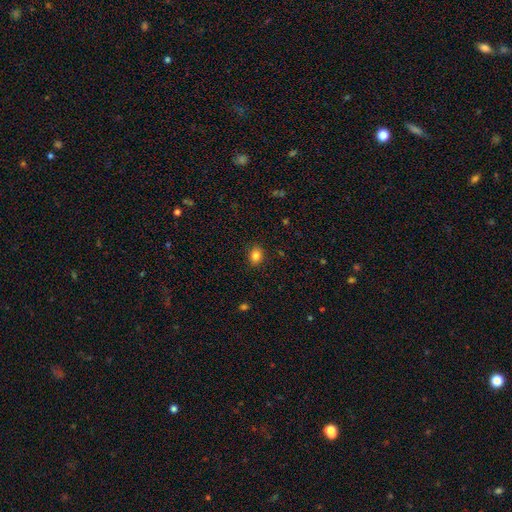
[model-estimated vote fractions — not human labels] A smooth galaxy with no disk features (85%) that is in between round and cigar-shaped (65%). Merging: none (88%).